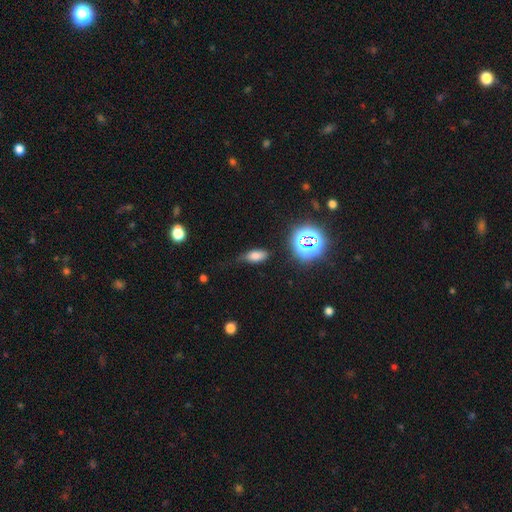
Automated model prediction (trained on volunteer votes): The model was most divided on "merging": none: 61%, minor disturbance: 28%, major disturbance: 9%, merger: 3%. More confident: how rounded — in between (84%); smooth or featured — smooth (71%).